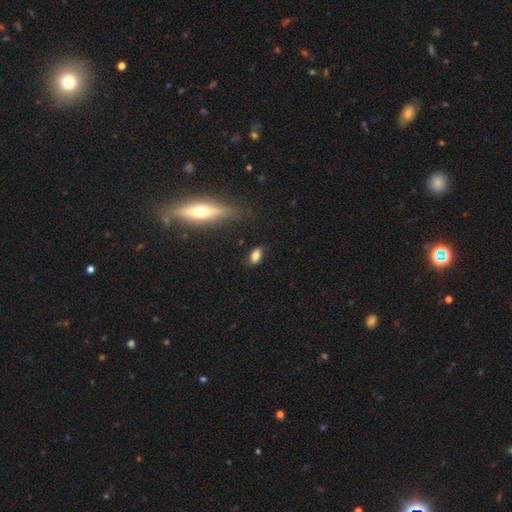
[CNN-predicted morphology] Smooth or featured?
  - smooth: 80% *
  - featured or disk: 11%
  - star or artifact: 9%
How rounded?
  - in between: 86% *
  - round: 7%
  - cigar-shaped: 6%
Merging?
  - none: 79% *
  - minor disturbance: 14%
  - major disturbance: 4%
  - merger: 2%